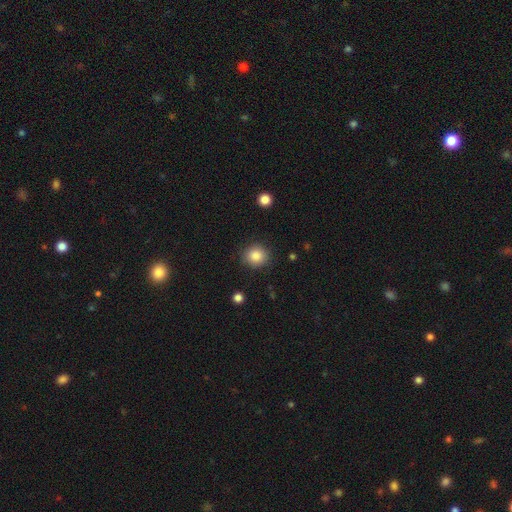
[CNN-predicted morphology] smooth_or_featured: smooth (p=0.86) [alt: star or artifact p=0.09]
how_rounded: round (p=0.87) [alt: in between p=0.12]
merging: none (p=0.88) [alt: minor disturbance p=0.08]